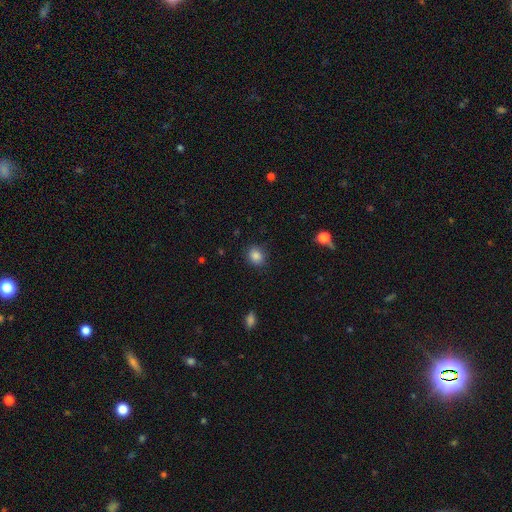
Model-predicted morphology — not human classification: A smooth galaxy with no disk features (86%) that is round (66%).

Vote fractions:
- Smooth or featured? smooth: 86% / star or artifact: 10% / featured or disk: 4%
- How rounded? round: 66% / in between: 33% / cigar-shaped: 1%
- Merging? none: 85% / minor disturbance: 11% / major disturbance: 3% / merger: 1%